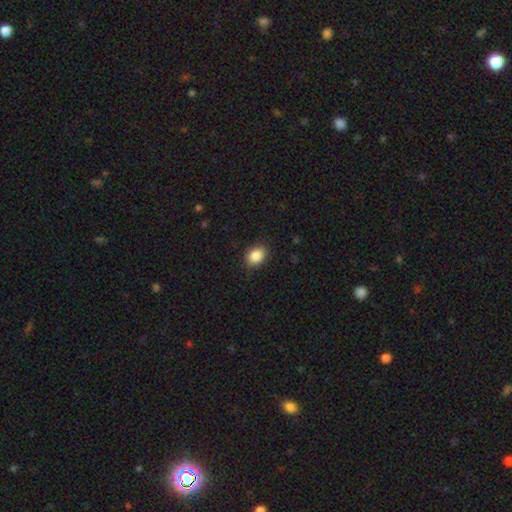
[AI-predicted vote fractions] The model was most divided on "how rounded": in between: 63%, round: 36%, cigar-shaped: 1%. More confident: smooth or featured — smooth (88%); merging — none (88%).